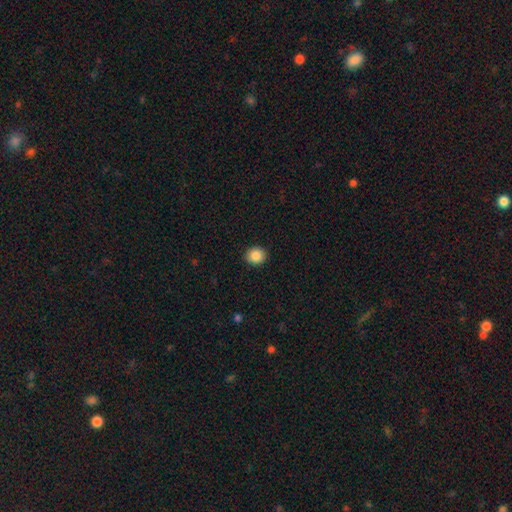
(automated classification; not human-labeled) Smooth or featured? Predicted: smooth (p=0.87). How rounded? Predicted: round (p=0.76). Merging? Predicted: none (p=0.91).